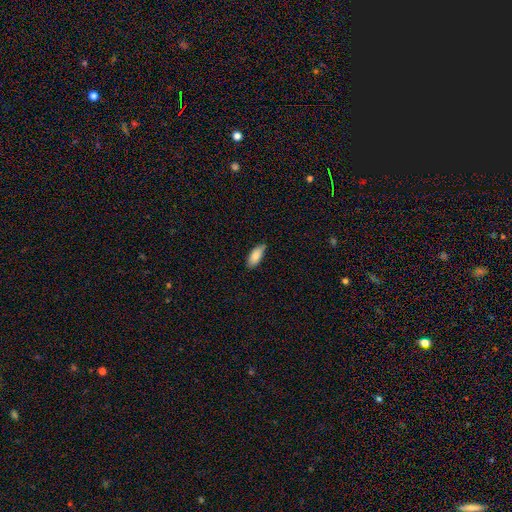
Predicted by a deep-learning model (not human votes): Smooth or featured?
  - smooth: 84% *
  - featured or disk: 9%
  - star or artifact: 7%
How rounded?
  - in between: 85% *
  - cigar-shaped: 13%
  - round: 2%
Merging?
  - none: 75% *
  - minor disturbance: 20%
  - major disturbance: 3%
  - merger: 2%